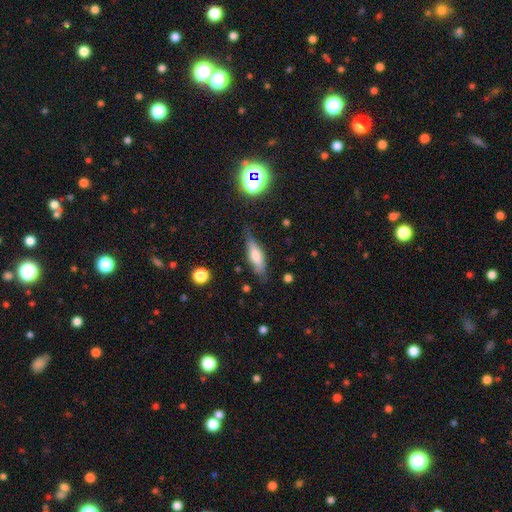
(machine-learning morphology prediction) Q: Smooth or featured?
A: smooth (57%); runner-up: featured or disk (34%)
Q: How rounded?
A: cigar-shaped (61%); runner-up: in between (36%)
Q: Merging?
A: none (75%); runner-up: minor disturbance (19%)